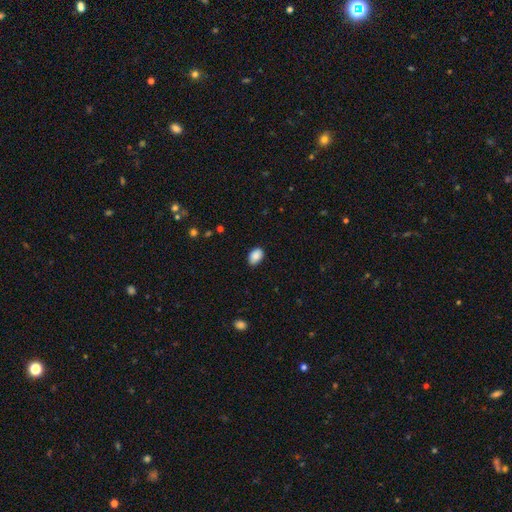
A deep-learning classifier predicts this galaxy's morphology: Q: Smooth or featured?
A: smooth (88%); runner-up: star or artifact (8%)
Q: How rounded?
A: in between (86%); runner-up: round (12%)
Q: Merging?
A: none (84%); runner-up: minor disturbance (12%)